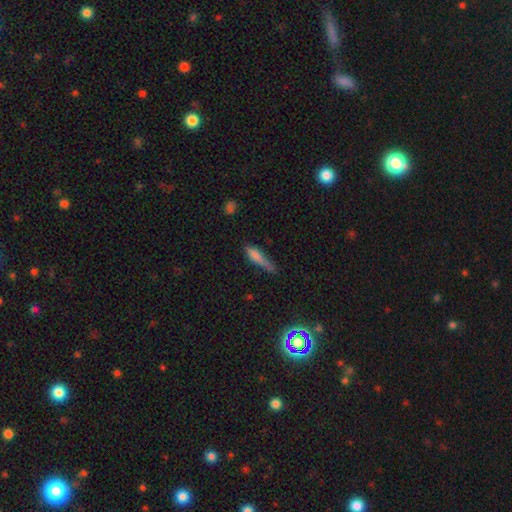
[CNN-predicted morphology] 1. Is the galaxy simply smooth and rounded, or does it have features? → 73% smooth, 18% featured or disk, 9% star or artifact.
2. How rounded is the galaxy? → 78% cigar-shaped, 20% in between, 2% round.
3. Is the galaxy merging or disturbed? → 44% none, 36% minor disturbance, 15% major disturbance, 5% merger.